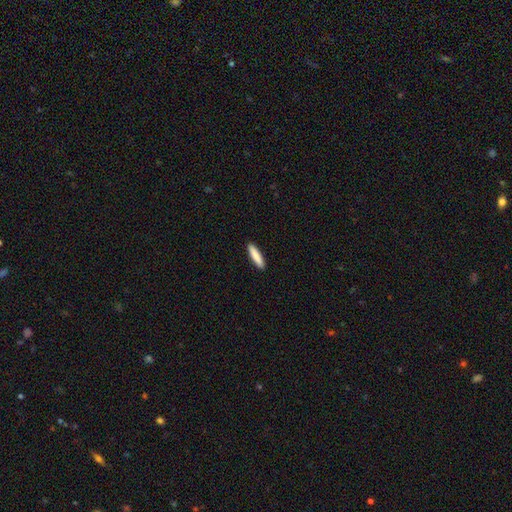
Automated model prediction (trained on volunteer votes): A smooth galaxy with no disk features (87%) that is cigar-shaped (82%). Merging: none (92%).